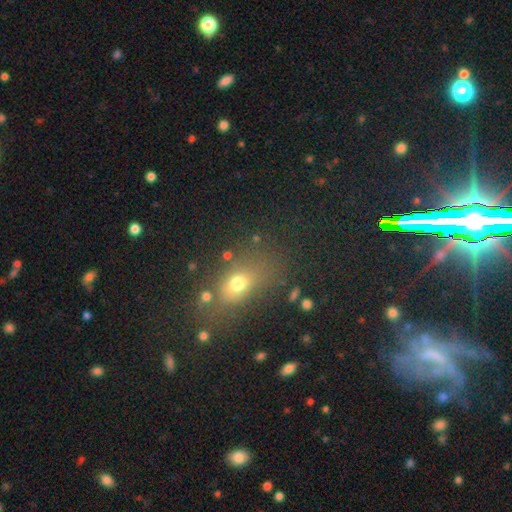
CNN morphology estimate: star or artifact 45%, smooth 38%, featured or disk 17%.